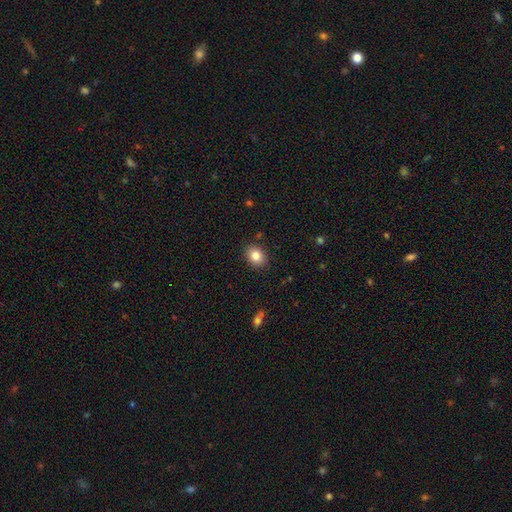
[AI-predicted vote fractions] Morphology: type=smooth (83%); roundness=in between (50%); merging=none (88%).